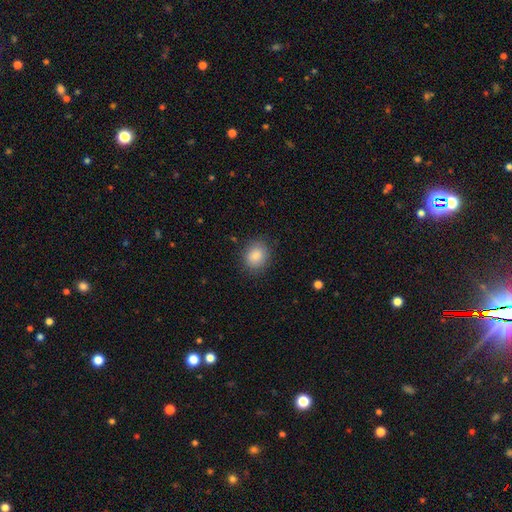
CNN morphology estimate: This is clearly a smooth galaxy (87%). How rounded: likely round (65%). Merging: clearly none (85%).